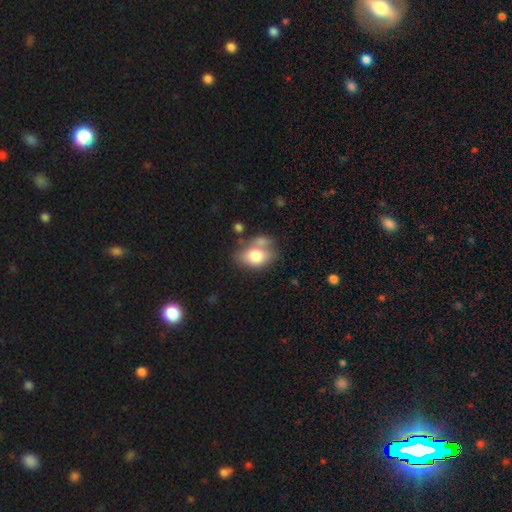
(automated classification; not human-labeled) This appears to be a smooth galaxy with no disk features (76%) that is in between round and cigar-shaped (80%). Merging: none (42%).